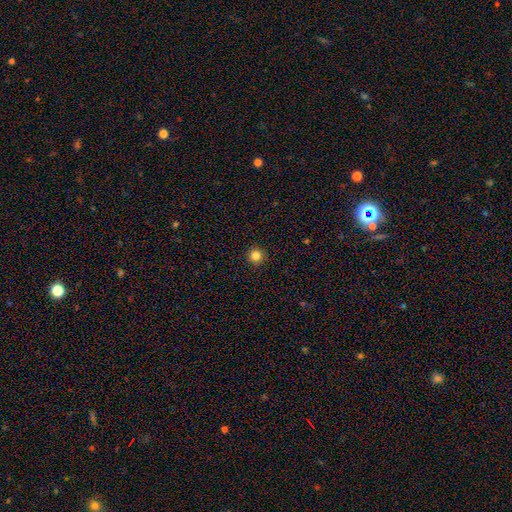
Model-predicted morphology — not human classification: The model was most divided on "smooth or featured": smooth: 83%, star or artifact: 12%, featured or disk: 5%. More confident: how rounded — round (96%); merging — none (93%).